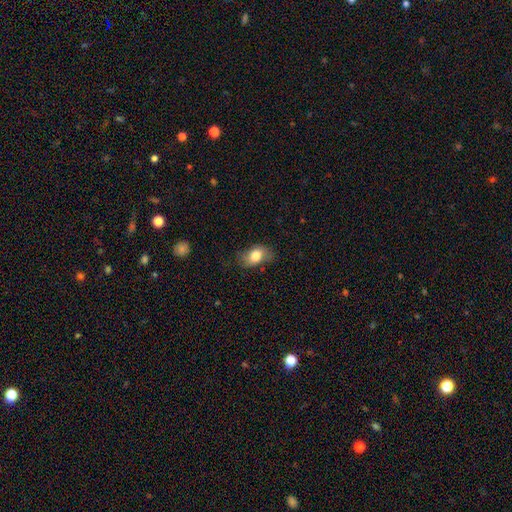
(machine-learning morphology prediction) type=smooth (76%); roundness=in between (84%); merging=none (65%).